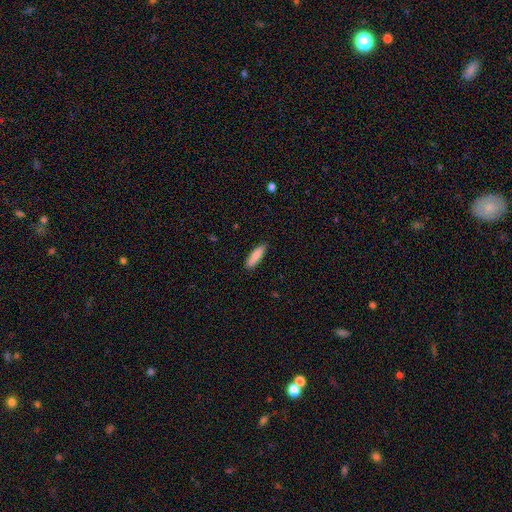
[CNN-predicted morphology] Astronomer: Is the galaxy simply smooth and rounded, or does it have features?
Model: smooth — 83%.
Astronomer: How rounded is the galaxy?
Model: cigar-shaped — 64%.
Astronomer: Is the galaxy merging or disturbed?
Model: none — 88%.